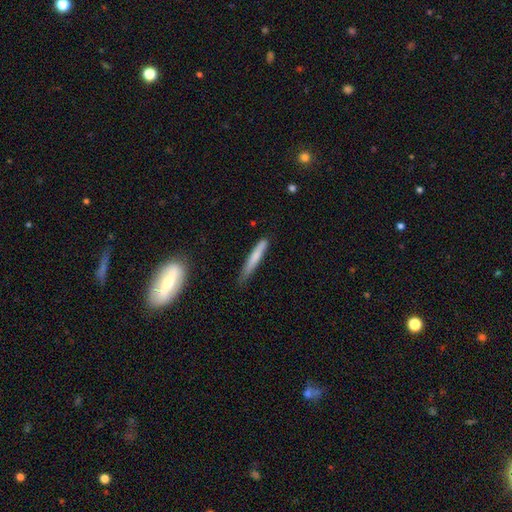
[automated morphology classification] Q: Smooth or featured?
A: smooth (71%); runner-up: featured or disk (22%)
Q: How rounded?
A: cigar-shaped (94%); runner-up: in between (5%)
Q: Merging?
A: none (67%); runner-up: minor disturbance (26%)